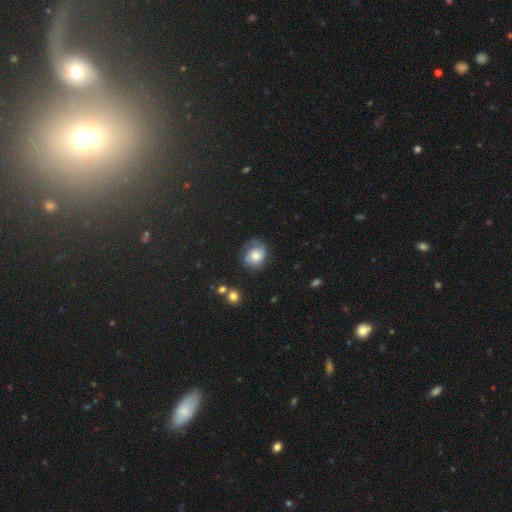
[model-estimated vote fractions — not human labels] Smooth or featured? smooth (52%)
How rounded? round (65%)
Merging? none (57%)